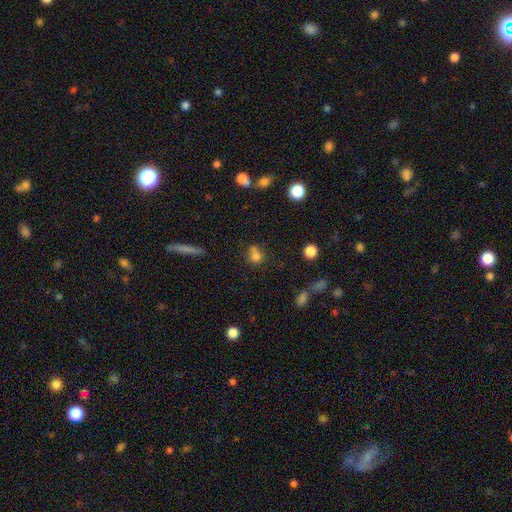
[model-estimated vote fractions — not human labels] Smooth or featured? smooth (73%)
How rounded? round (68%)
Merging? none (46%)